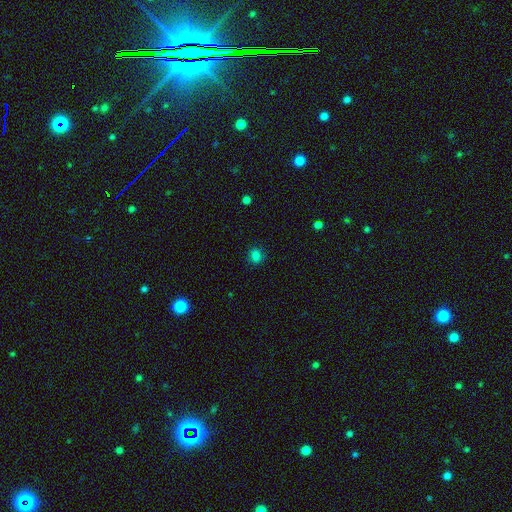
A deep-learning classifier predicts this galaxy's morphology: smooth-or-featured: smooth: 81% | star or artifact: 16% | featured or disk: 4%
  how-rounded: round: 71% | in between: 28% | cigar-shaped: 1%
  merging: none: 86% | minor disturbance: 10% | major disturbance: 3% | merger: 1%